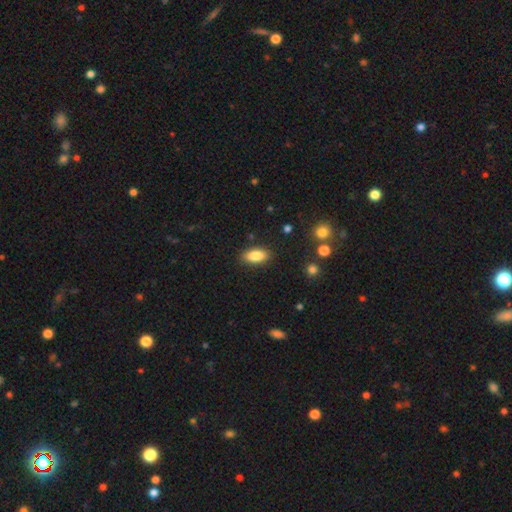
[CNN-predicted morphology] Smooth or featured? smooth (84%)
How rounded? in between (87%)
Merging? none (87%)